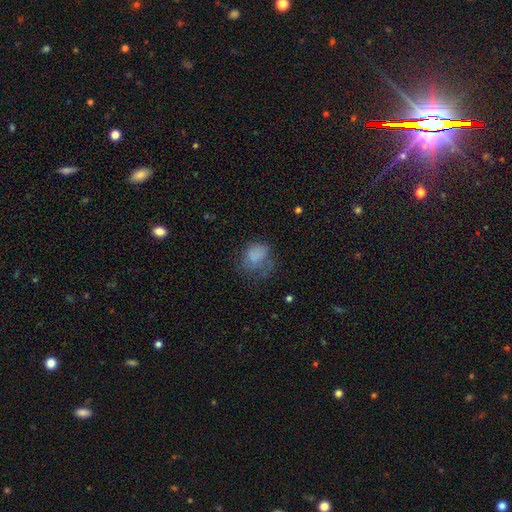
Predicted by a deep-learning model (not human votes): Overall: smooth (71%). How rounded: in between (57%; round 42%). Merging: none (36%; major disturbance 32%).